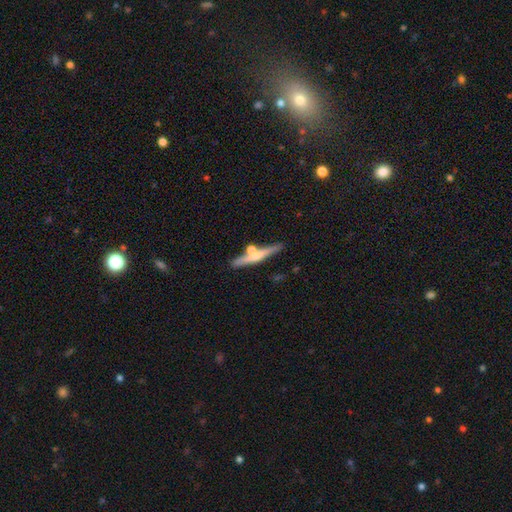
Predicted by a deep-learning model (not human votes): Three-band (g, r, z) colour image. It shows a featured or disk galaxy (50%). Merging: none (73%).